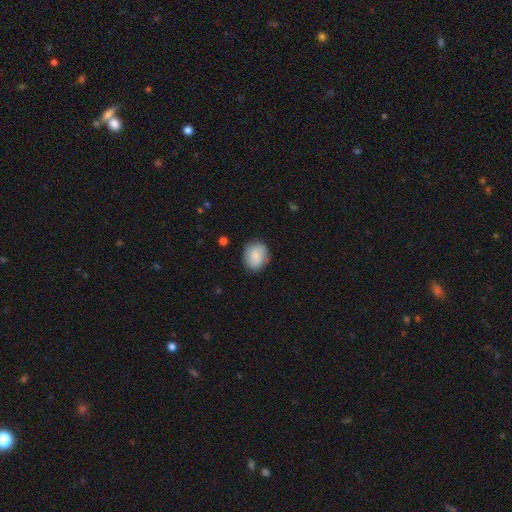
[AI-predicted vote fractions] Smooth or featured? Predicted: smooth (p=0.85). How rounded? Predicted: round (p=0.57). Merging? Predicted: none (p=0.83).